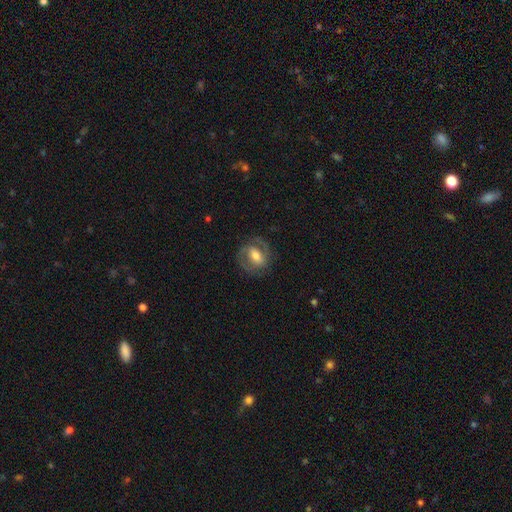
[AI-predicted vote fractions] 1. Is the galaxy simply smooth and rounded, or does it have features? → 65% featured or disk, 28% smooth, 7% star or artifact.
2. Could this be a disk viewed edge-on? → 96% no, 4% yes.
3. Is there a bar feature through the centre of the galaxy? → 40% weak, 33% strong, 27% no.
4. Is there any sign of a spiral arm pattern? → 76% yes, 24% no.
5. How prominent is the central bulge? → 64% moderate, 17% small, 16% large, 2% dominant, 1% none.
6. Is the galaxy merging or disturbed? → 75% none, 15% minor disturbance, 9% major disturbance, 1% merger.